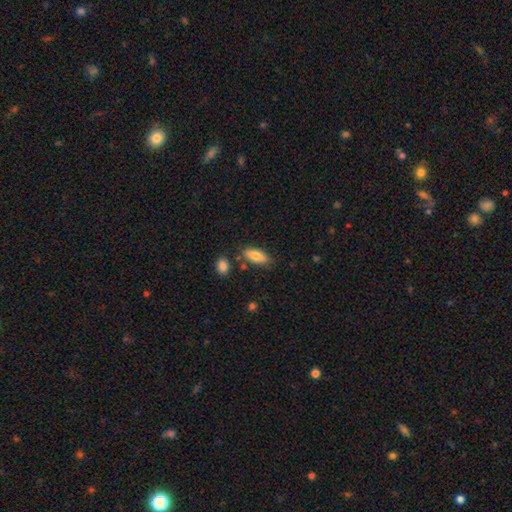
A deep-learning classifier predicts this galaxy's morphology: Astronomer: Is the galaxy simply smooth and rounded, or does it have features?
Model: smooth — 82%.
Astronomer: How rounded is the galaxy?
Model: in between — 77%.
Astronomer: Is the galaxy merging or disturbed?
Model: none — 78%.